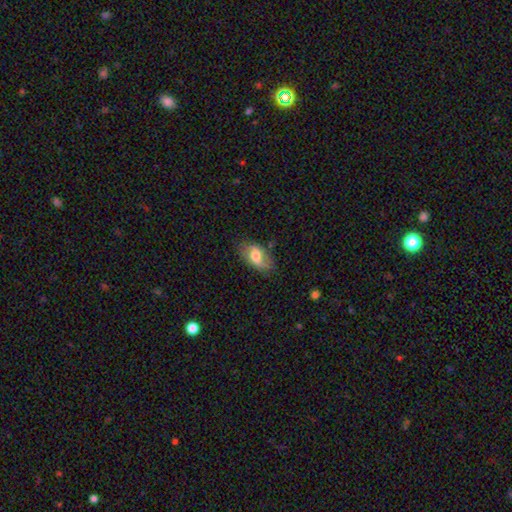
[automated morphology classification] Smooth or featured? Predicted: smooth (p=0.54). How rounded? Predicted: in between (p=0.90). Merging? Predicted: none (p=0.66).